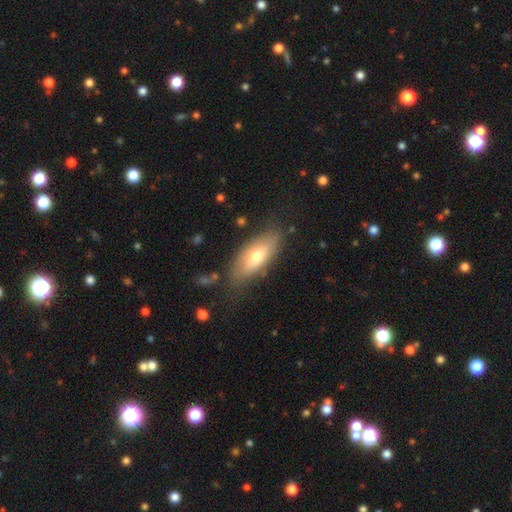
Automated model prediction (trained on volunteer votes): This is likely a smooth galaxy (66%). How rounded: likely in between (79%). Merging: likely none (73%).